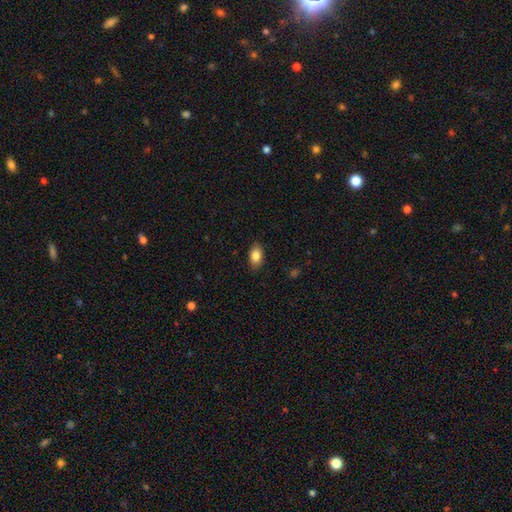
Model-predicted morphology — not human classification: Smooth or featured: smooth — 85% (star or artifact — 8%)
How rounded: in between — 90% (round — 7%)
Merging: none — 88% (minor disturbance — 9%)